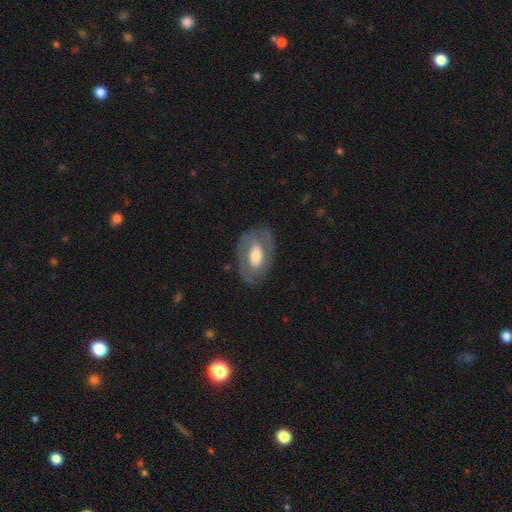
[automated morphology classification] Smooth or featured? featured or disk (63%)
Edge-on disk? no (94%)
Bar? no (58%)
Spiral arms? yes (50%, tied with no)
Bulge size? moderate (44%)
Merging? none (77%)